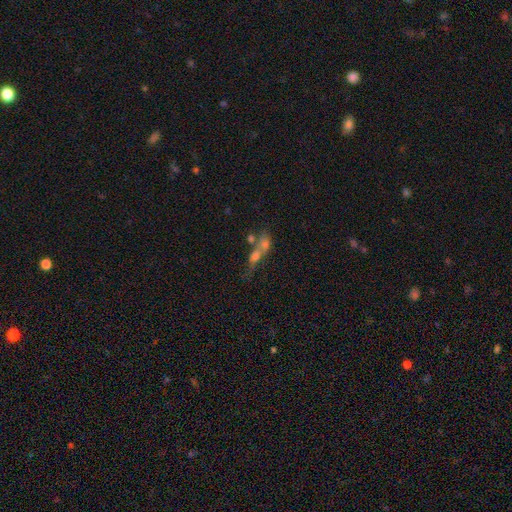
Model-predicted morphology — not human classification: Smooth or featured: smooth — 51% (featured or disk — 31%)
How rounded: in between — 52% (round — 28%)
Merging: merger — 63% (none — 21%)